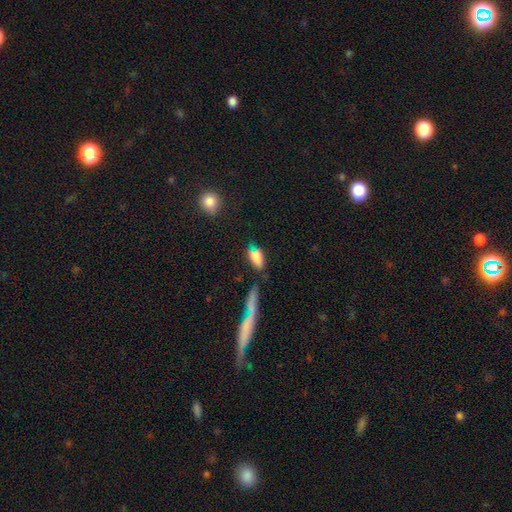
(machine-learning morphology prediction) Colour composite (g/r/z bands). It shows a smooth galaxy with no disk features (78%) that is in between round and cigar-shaped (78%). Merging: none (58%).